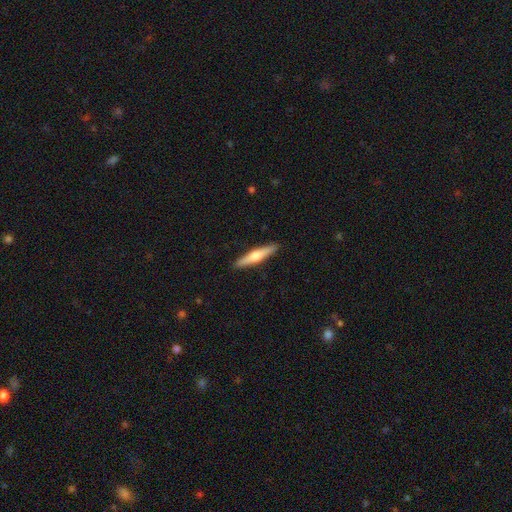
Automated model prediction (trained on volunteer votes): smooth_or_featured: featured or disk (p=0.50) [alt: smooth p=0.45]
disk_edge_on: yes (p=0.96) [alt: no p=0.04]
merging: none (p=0.91) [alt: minor disturbance p=0.07]